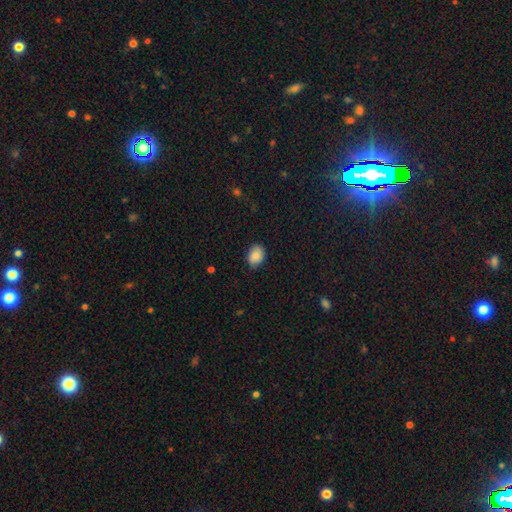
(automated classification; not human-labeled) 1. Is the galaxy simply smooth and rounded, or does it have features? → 86% smooth, 8% star or artifact, 7% featured or disk.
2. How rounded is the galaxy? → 73% in between, 26% round, 1% cigar-shaped.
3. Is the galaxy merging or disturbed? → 84% none, 13% minor disturbance, 2% major disturbance, 1% merger.